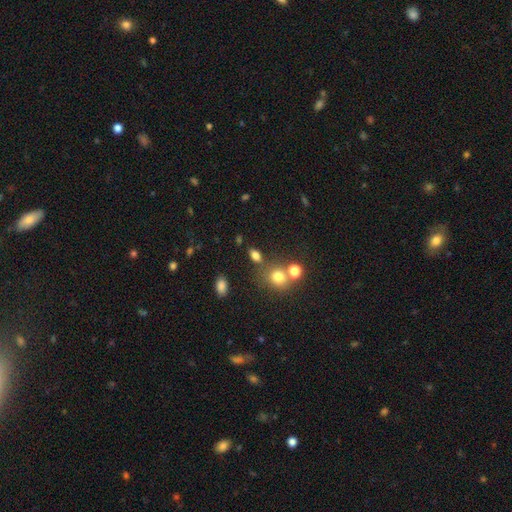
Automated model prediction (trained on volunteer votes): This appears to be a smooth galaxy with no disk features (76%) that is in between round and cigar-shaped (73%). Merging: none (65%).